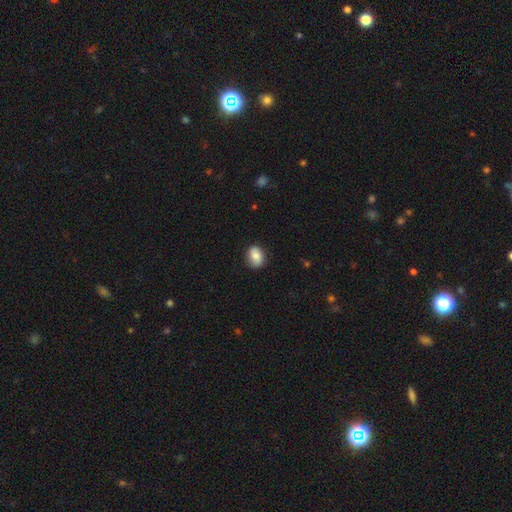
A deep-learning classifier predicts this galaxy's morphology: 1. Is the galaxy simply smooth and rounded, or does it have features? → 76% smooth, 16% featured or disk, 8% star or artifact.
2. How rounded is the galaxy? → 62% in between, 36% round, 1% cigar-shaped.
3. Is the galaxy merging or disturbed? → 82% none, 14% minor disturbance, 3% major disturbance, 1% merger.